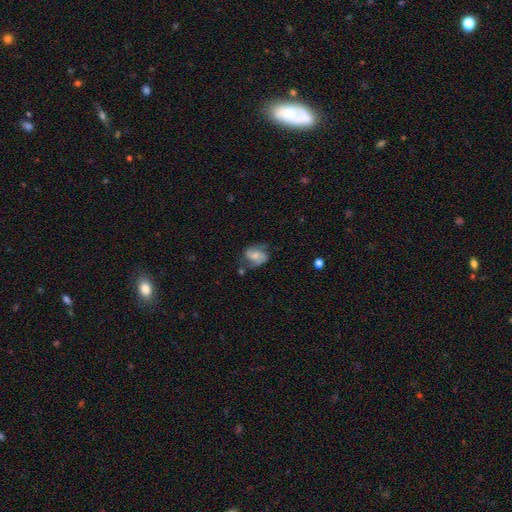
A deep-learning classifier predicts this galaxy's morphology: Overall: featured or disk (70%). Edge-on disk: no (97%). Bar: no (54%; weak 36%). Spiral arms: yes (92%). Spiral arm count: 2 (85%). Spiral winding: medium (49%; loose 28%). Bulge size: moderate (45%; small 38%). Merging: none (59%; minor disturbance 24%).